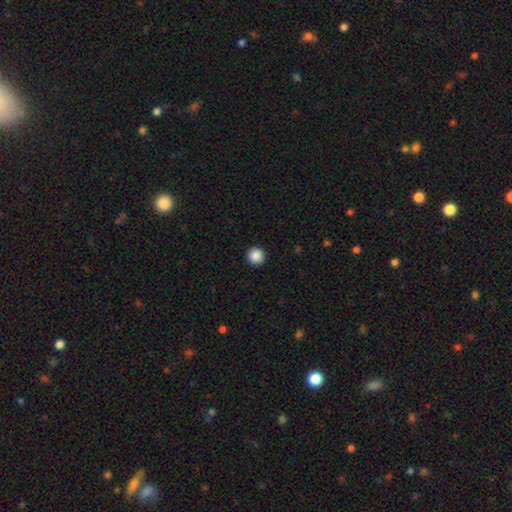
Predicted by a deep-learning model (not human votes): This appears to be a smooth galaxy with no disk features (88%) that is round (96%). Merging: none (94%).